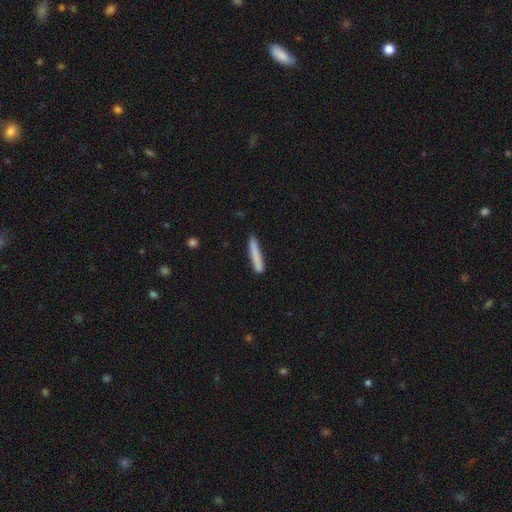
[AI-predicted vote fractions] Morphology: type=smooth (82%); roundness=cigar-shaped (94%); merging=none (83%).